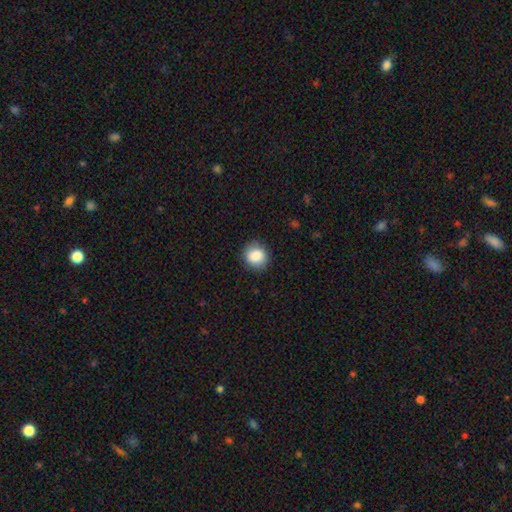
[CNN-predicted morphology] Smooth or featured?
  - smooth: 86% *
  - star or artifact: 8%
  - featured or disk: 5%
How rounded?
  - round: 85% *
  - in between: 14%
  - cigar-shaped: 1%
Merging?
  - none: 87% *
  - minor disturbance: 9%
  - major disturbance: 2%
  - merger: 1%